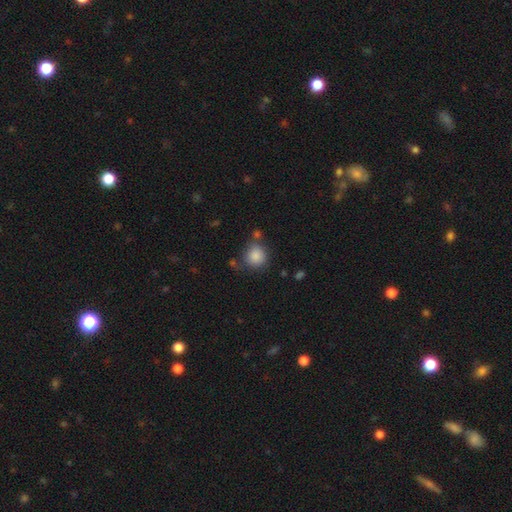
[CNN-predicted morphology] This is clearly a smooth galaxy (86%). How rounded: clearly round (88%). Merging: likely none (69%).